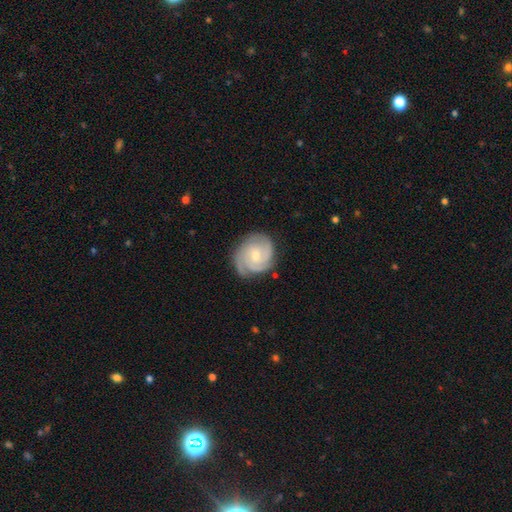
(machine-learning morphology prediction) Q: Smooth or featured?
A: featured or disk (81%); runner-up: smooth (14%)
Q: Edge-on disk?
A: no (98%); runner-up: yes (2%)
Q: Bar?
A: no (62%); runner-up: weak (33%)
Q: Spiral arms?
A: yes (97%); runner-up: no (3%)
Q: Spiral winding?
A: tight (66%); runner-up: medium (29%)
Q: Spiral arm count?
A: 3 (43%); runner-up: 2 (24%)
Q: Bulge size?
A: small (52%); runner-up: moderate (44%)
Q: Merging?
A: none (73%); runner-up: minor disturbance (20%)